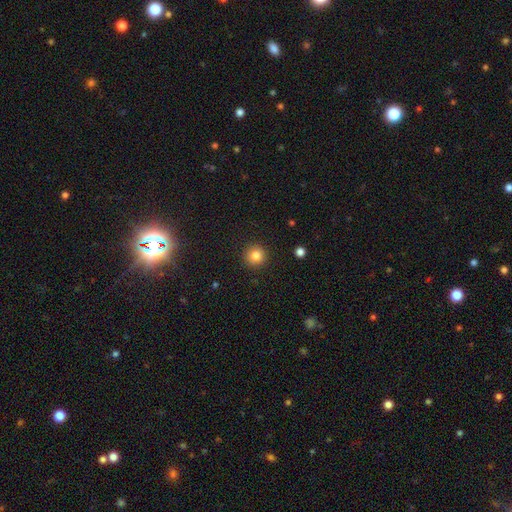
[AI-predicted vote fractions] Smooth or featured?
  - smooth: 83% *
  - star or artifact: 11%
  - featured or disk: 6%
How rounded?
  - round: 95% *
  - in between: 4%
  - cigar-shaped: 1%
Merging?
  - none: 92% *
  - minor disturbance: 5%
  - major disturbance: 2%
  - merger: 1%